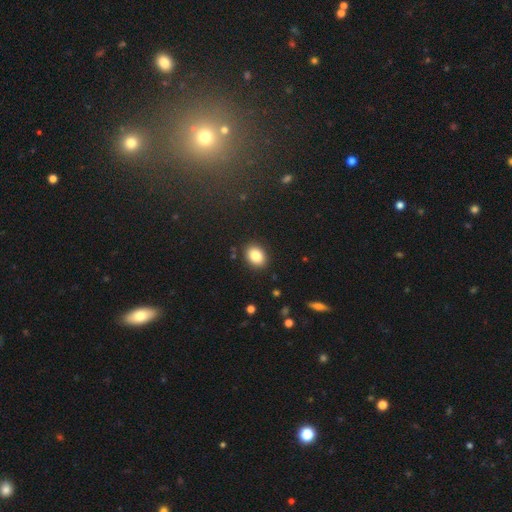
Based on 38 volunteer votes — Overall: smooth (82%). How rounded: in between (77%). Merging: none (91%).